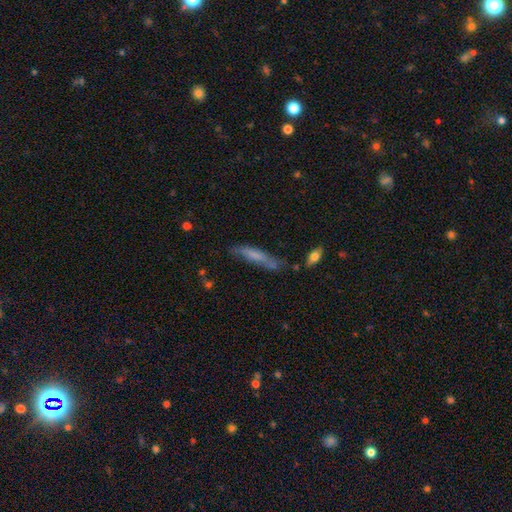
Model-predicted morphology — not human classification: The model was most divided on "smooth or featured": smooth: 61%, featured or disk: 31%, star or artifact: 8%. More confident: how rounded — cigar-shaped (88%); merging — none (63%).